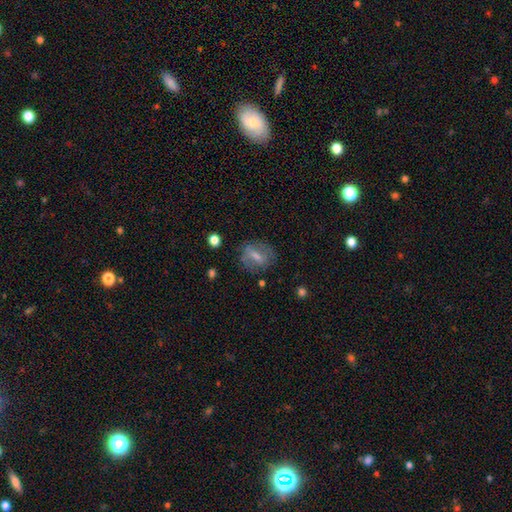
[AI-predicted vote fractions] Q: Smooth or featured?
A: featured or disk (46%); runner-up: smooth (42%)
Q: Merging?
A: none (75%); runner-up: minor disturbance (15%)